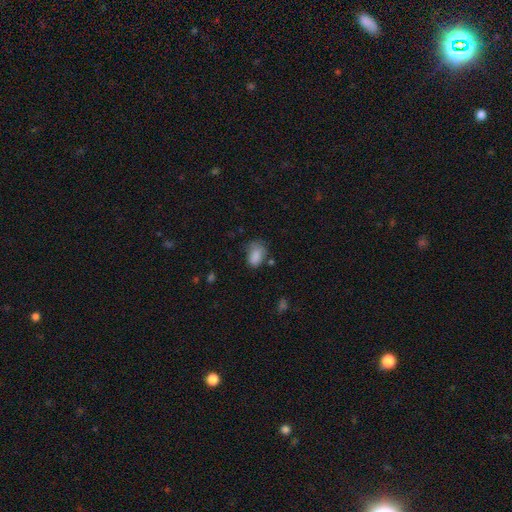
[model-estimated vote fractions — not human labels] smooth-or-featured: smooth: 83% | star or artifact: 9% | featured or disk: 8%
  how-rounded: in between: 81% | round: 17% | cigar-shaped: 1%
  merging: none: 47% | minor disturbance: 33% | major disturbance: 15% | merger: 4%